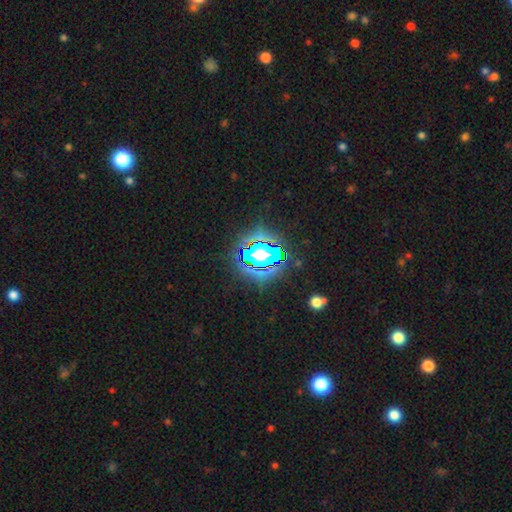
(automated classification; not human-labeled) Q: Smooth or featured?
A: star or artifact (74%); runner-up: smooth (14%)